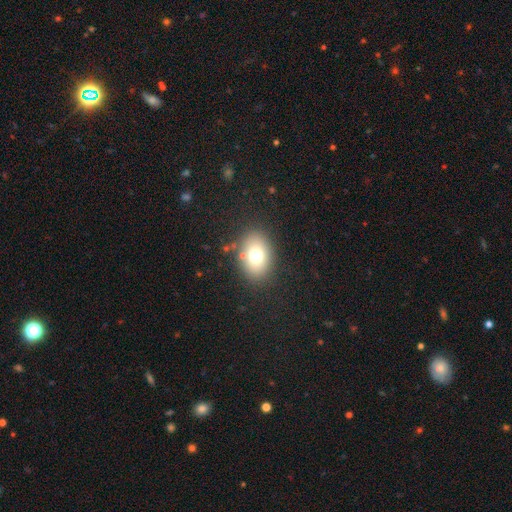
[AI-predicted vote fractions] This appears to be a smooth galaxy with no disk features (72%) that is in between round and cigar-shaped (70%). Merging: none (82%).